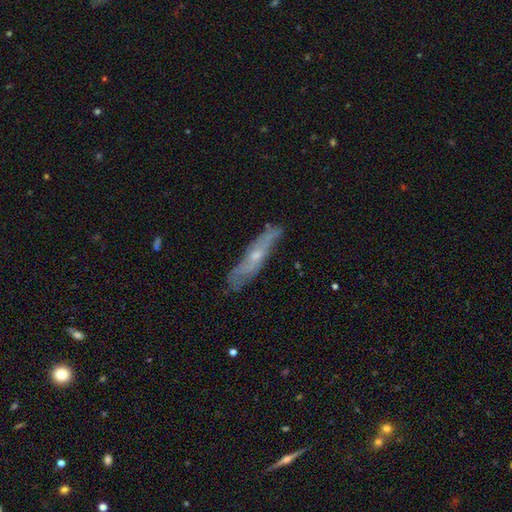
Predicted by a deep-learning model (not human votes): The model was most divided on "edge-on disk": yes: 59%, no: 41%. More confident: merging — none (74%); smooth or featured — featured or disk (63%).